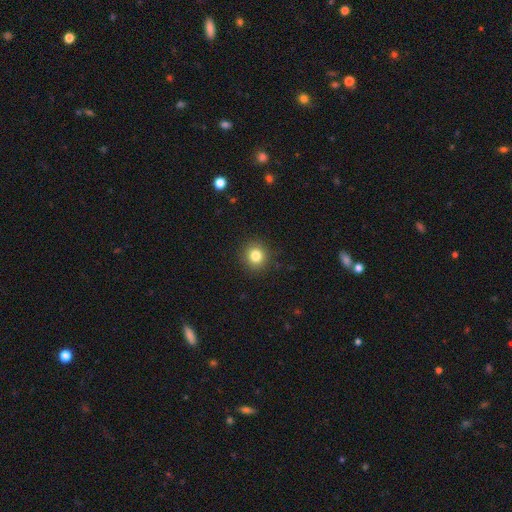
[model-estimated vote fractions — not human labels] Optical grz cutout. It shows a smooth galaxy with no disk features (82%) that is round (90%). Merging: none (91%).